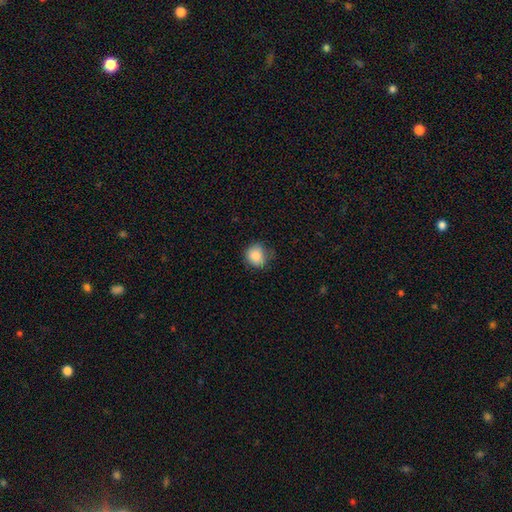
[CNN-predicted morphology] Overall: smooth (86%). How rounded: round (77%). Merging: none (69%).